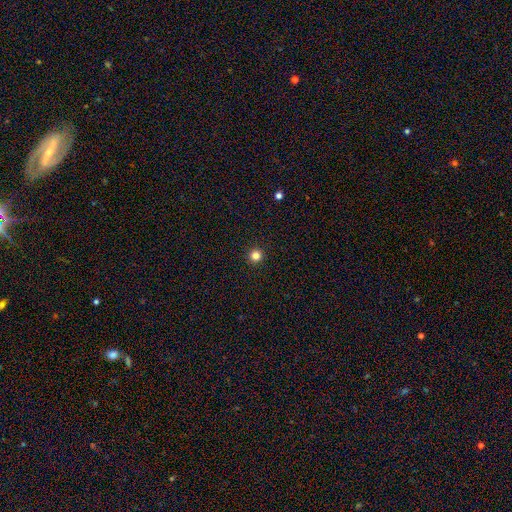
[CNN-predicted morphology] A smooth galaxy with no disk features (82%) that is round (96%).

Vote fractions:
- Smooth or featured? smooth: 82% / star or artifact: 14% / featured or disk: 4%
- How rounded? round: 96% / in between: 3% / cigar-shaped: 1%
- Merging? none: 94% / minor disturbance: 4% / major disturbance: 1% / merger: 1%